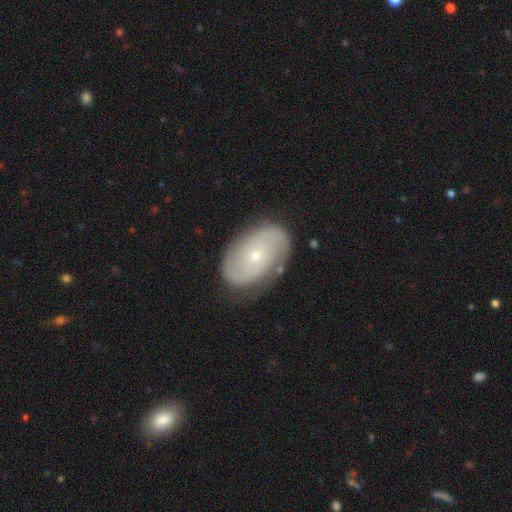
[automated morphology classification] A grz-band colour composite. It shows a featured or disk galaxy (73%) with no bar (75%), 2 (76%) tight (48%) spiral arms (87%) and a small central bulge (74%). Merging: none (80%).